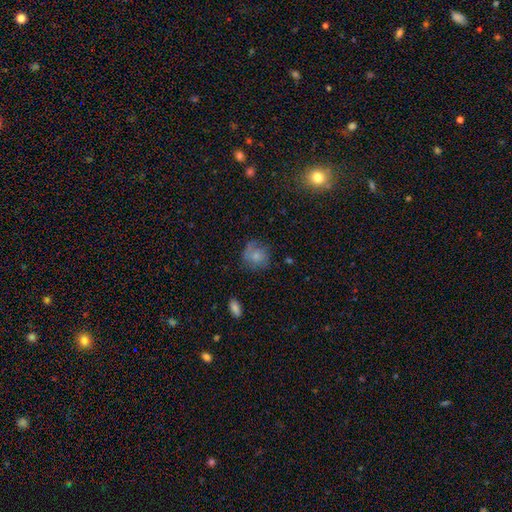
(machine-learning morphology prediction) The model was most divided on "merging": none: 61%, minor disturbance: 25%, major disturbance: 12%, merger: 2%. More confident: how rounded — round (79%); smooth or featured — smooth (68%).